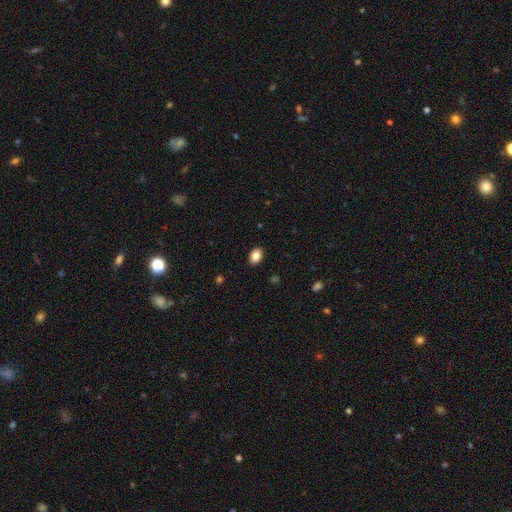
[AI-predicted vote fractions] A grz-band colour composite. It shows a smooth galaxy with no disk features (87%) that is in between round and cigar-shaped (85%). Merging: none (90%).